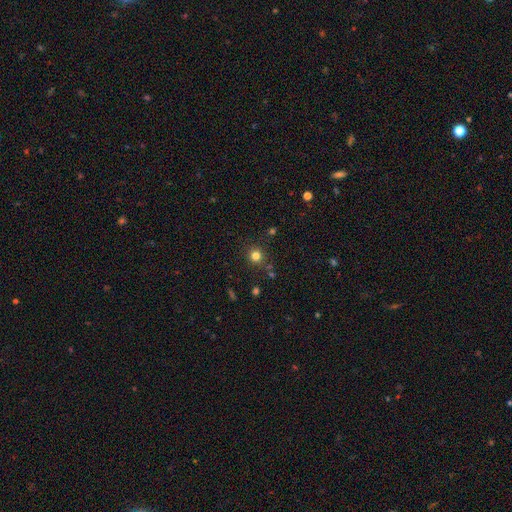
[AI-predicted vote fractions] A smooth galaxy with no disk features (78%) that is round (92%).

Vote fractions:
- Smooth or featured? smooth: 78% / star or artifact: 16% / featured or disk: 6%
- How rounded? round: 92% / in between: 7% / cigar-shaped: 1%
- Merging? none: 85% / minor disturbance: 8% / merger: 4% / major disturbance: 3%